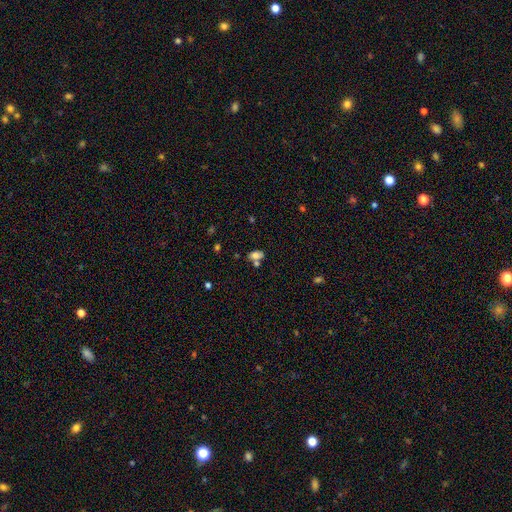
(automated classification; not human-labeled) smooth_or_featured: smooth (p=0.71) [alt: featured or disk p=0.17]
how_rounded: in between (p=0.84) [alt: round p=0.13]
merging: none (p=0.46) [alt: merger p=0.34]